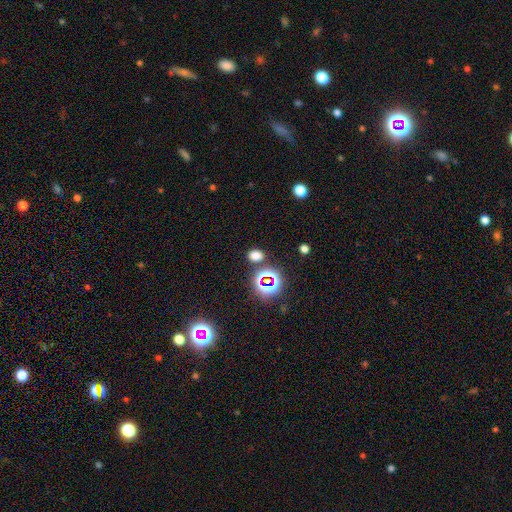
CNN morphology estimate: type=smooth (67%); roundness=in between (61%); merging=none (82%).